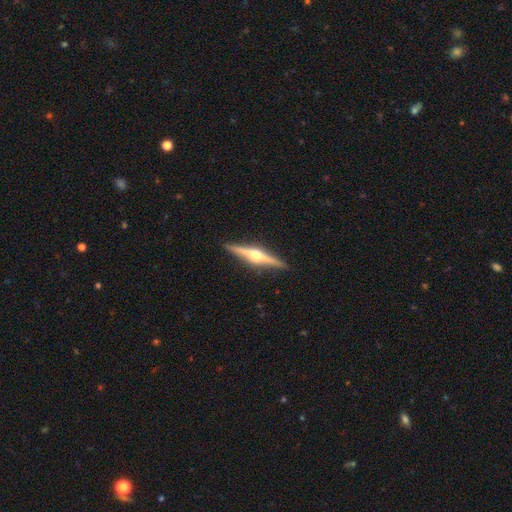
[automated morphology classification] A featured or disk galaxy (80%) viewed edge-on (98%) with a rounded central bulge (95%).

Vote fractions:
- Smooth or featured? featured or disk: 80% / smooth: 15% / star or artifact: 5%
- Edge-on disk? yes: 98% / no: 2%
- Edge-on bulge? rounded: 95% / boxy: 3% / none: 2%
- Merging? none: 91% / minor disturbance: 7% / major disturbance: 1% / merger: 1%